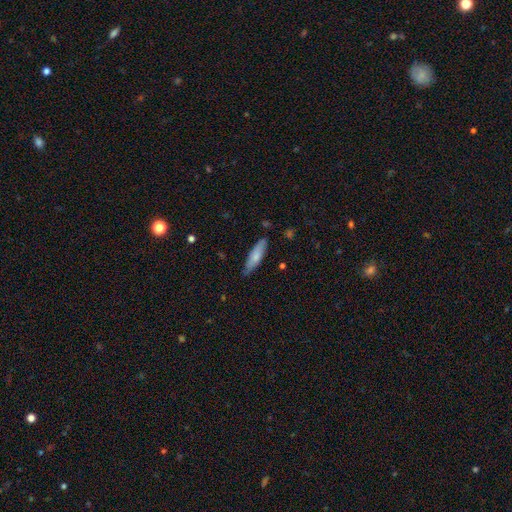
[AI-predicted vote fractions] smooth_or_featured: smooth (p=0.74) [alt: featured or disk p=0.21]
how_rounded: cigar-shaped (p=0.58) [alt: in between p=0.41]
merging: none (p=0.76) [alt: minor disturbance p=0.20]